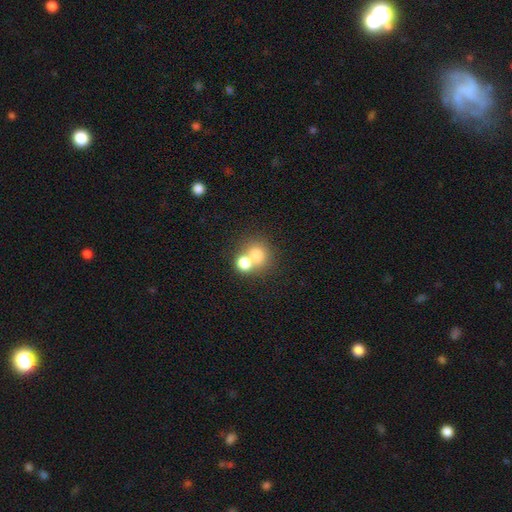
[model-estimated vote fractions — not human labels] The model was most divided on "merging": merger: 55%, none: 36%, minor disturbance: 6%, major disturbance: 3%. More confident: how rounded — round (77%); smooth or featured — smooth (73%).